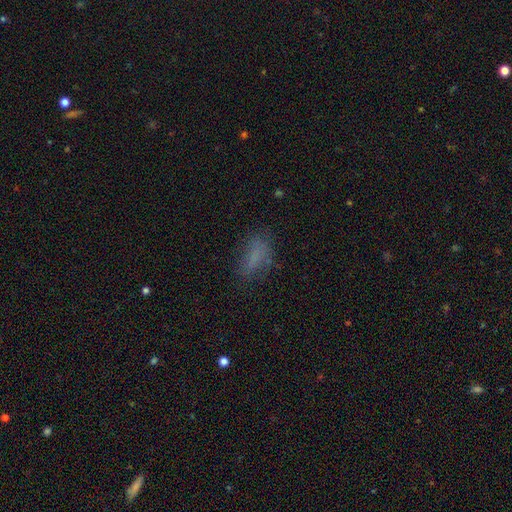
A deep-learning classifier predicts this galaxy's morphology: Overall: smooth (71%). How rounded: in between (77%). Merging: none (63%).